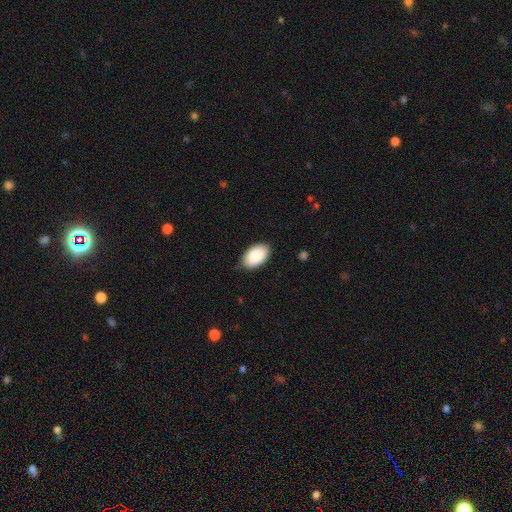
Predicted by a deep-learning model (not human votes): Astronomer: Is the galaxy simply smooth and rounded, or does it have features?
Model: smooth — 90%.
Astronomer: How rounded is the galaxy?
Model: in between — 95%.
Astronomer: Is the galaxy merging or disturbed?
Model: none — 85%.